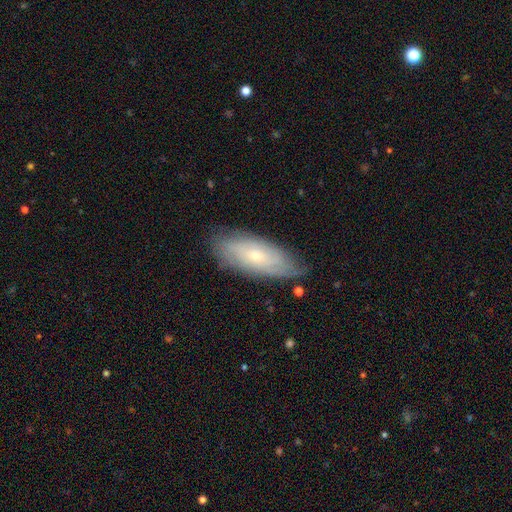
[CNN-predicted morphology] Q: Smooth or featured?
A: featured or disk (55%); runner-up: smooth (38%)
Q: Edge-on disk?
A: no (82%); runner-up: yes (18%)
Q: Merging?
A: none (76%); runner-up: minor disturbance (19%)